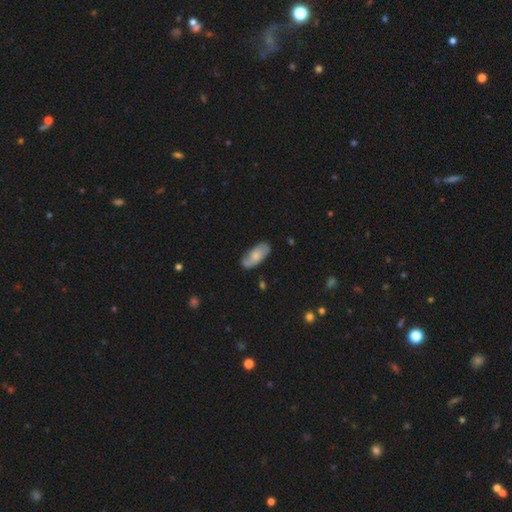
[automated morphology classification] smooth_or_featured: smooth (p=0.58) [alt: featured or disk p=0.36]
how_rounded: in between (p=0.89) [alt: cigar-shaped p=0.09]
merging: none (p=0.72) [alt: minor disturbance p=0.21]